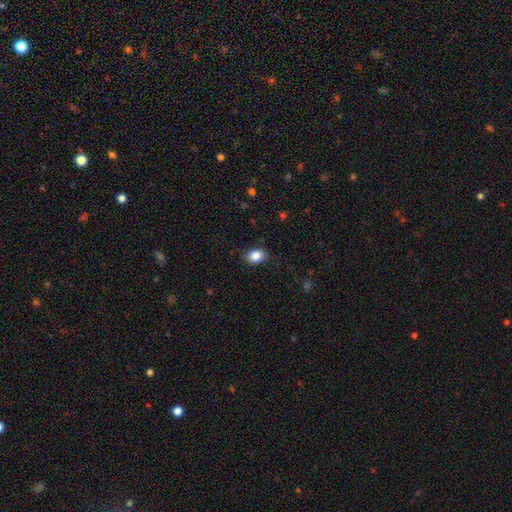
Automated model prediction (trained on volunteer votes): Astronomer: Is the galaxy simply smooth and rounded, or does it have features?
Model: smooth — 87%.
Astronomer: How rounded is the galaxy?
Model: in between — 70%.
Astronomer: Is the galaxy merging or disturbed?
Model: none — 82%.